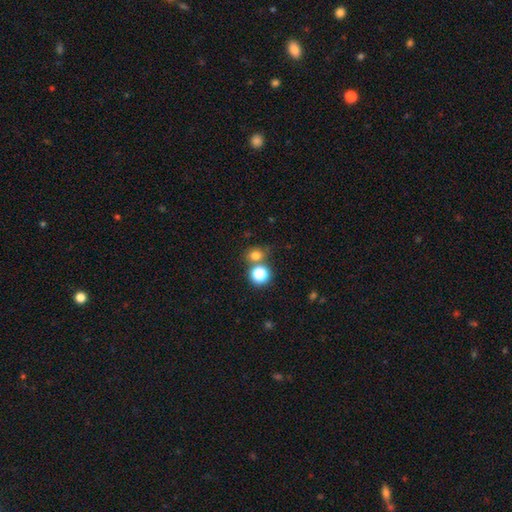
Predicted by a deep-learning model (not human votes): Q: Smooth or featured?
A: smooth (75%); runner-up: star or artifact (18%)
Q: How rounded?
A: round (78%); runner-up: in between (20%)
Q: Merging?
A: none (64%); runner-up: merger (23%)